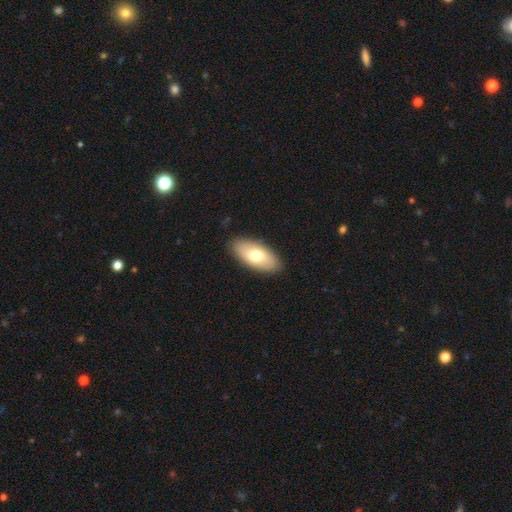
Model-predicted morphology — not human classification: Smooth or featured: smooth — 72% (featured or disk — 22%)
How rounded: in between — 91% (cigar-shaped — 7%)
Merging: none — 88% (minor disturbance — 9%)